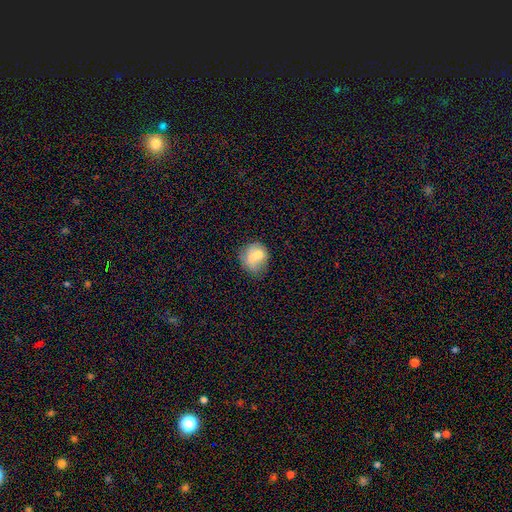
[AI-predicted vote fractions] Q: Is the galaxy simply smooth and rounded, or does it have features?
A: smooth — 69%.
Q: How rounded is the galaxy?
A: round — 68%.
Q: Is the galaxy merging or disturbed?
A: none — 38%.